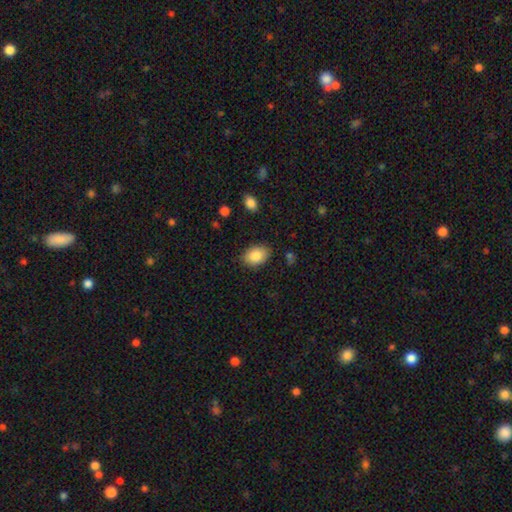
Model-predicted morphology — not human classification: smooth 86%, star or artifact 7%, featured or disk 7%. Down the decision tree: how rounded — in between (84%); merging — none (84%).